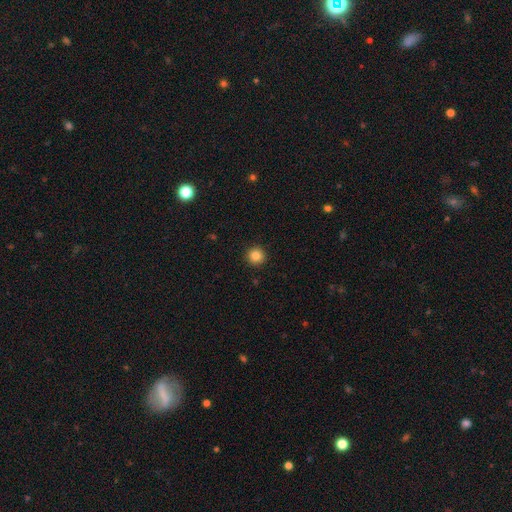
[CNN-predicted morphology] Smooth or featured? Predicted: smooth (p=0.84). How rounded? Predicted: round (p=0.95). Merging? Predicted: none (p=0.93).